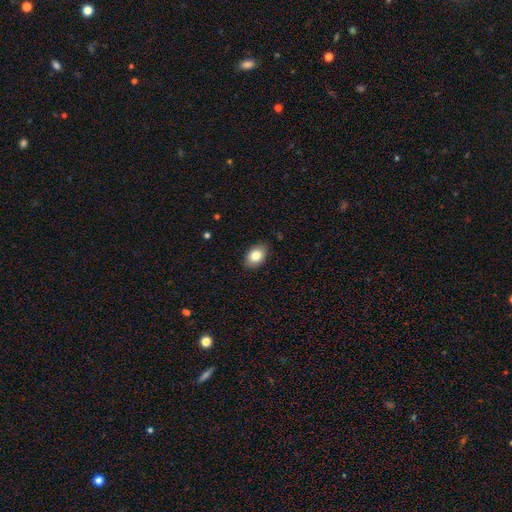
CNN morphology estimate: Q: Smooth or featured?
A: smooth (84%); runner-up: featured or disk (8%)
Q: How rounded?
A: in between (78%); runner-up: round (21%)
Q: Merging?
A: none (87%); runner-up: minor disturbance (10%)